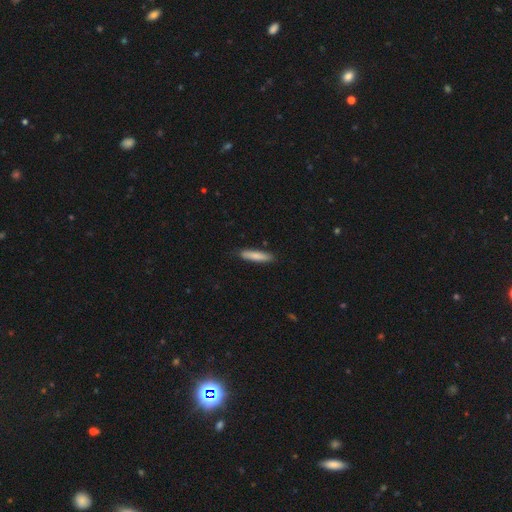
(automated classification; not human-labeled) Q: Smooth or featured?
A: smooth (82%); runner-up: featured or disk (12%)
Q: How rounded?
A: cigar-shaped (84%); runner-up: in between (15%)
Q: Merging?
A: none (86%); runner-up: minor disturbance (11%)